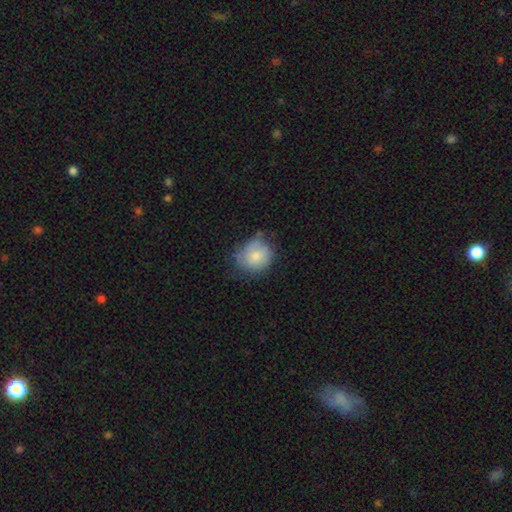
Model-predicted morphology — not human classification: This appears to be a smooth galaxy with no disk features (69%) that is round (74%). Merging: none (48%).